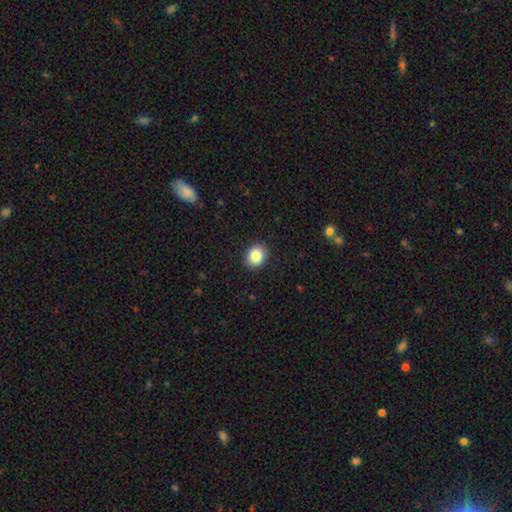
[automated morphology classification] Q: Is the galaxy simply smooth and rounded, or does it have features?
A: smooth — 84%.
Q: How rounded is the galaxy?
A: round — 56%.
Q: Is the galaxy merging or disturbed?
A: none — 90%.